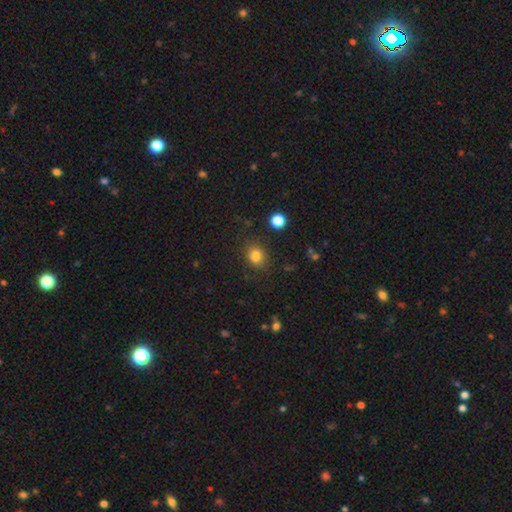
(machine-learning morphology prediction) This appears to be a smooth galaxy with no disk features (82%) that is round (64%). Merging: none (80%).